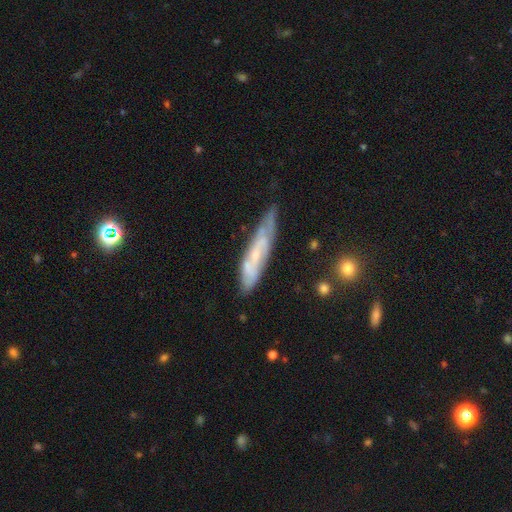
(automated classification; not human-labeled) Smooth or featured? featured or disk (62%)
Edge-on disk? no (56%)
Merging? none (58%)